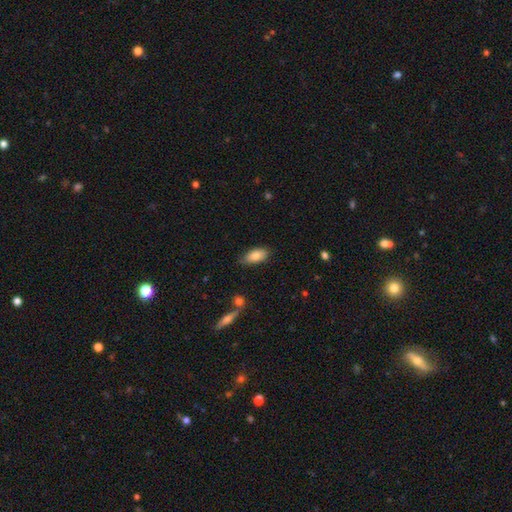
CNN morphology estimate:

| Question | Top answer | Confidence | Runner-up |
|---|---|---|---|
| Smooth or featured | smooth | 84% | featured or disk (9%) |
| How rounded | in between | 89% | cigar-shaped (8%) |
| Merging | none | 77% | minor disturbance (18%) |